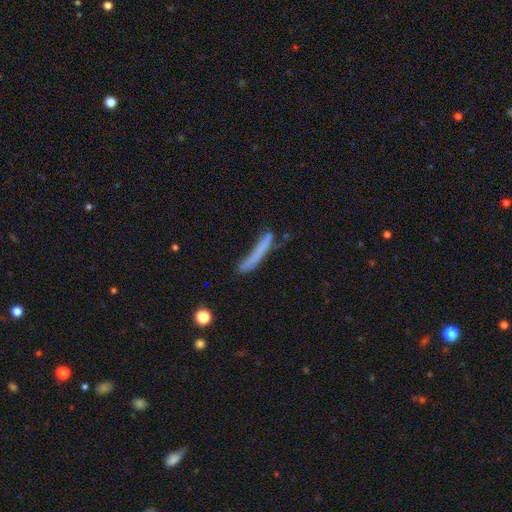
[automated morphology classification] This appears to be a smooth galaxy with no disk features (60%) that is cigar-shaped (93%). Merging: none (63%).